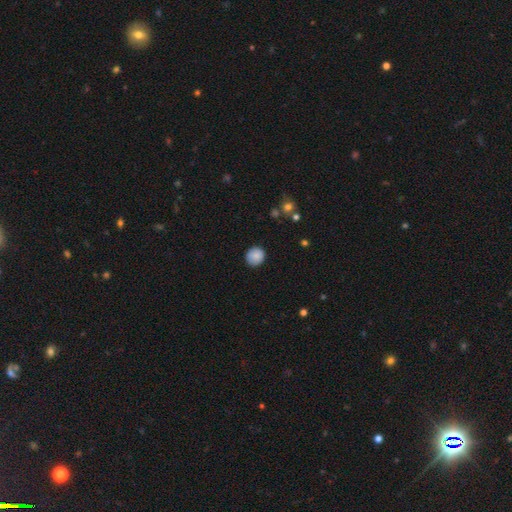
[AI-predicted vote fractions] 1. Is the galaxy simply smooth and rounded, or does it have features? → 86% smooth, 8% star or artifact, 6% featured or disk.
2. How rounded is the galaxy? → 89% round, 10% in between, 1% cigar-shaped.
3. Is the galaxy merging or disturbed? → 86% none, 11% minor disturbance, 2% major disturbance, 1% merger.